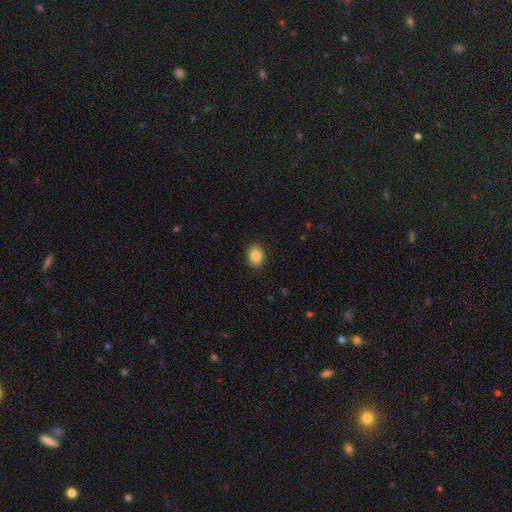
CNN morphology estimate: type=smooth (85%); roundness=in between (64%); merging=none (90%).